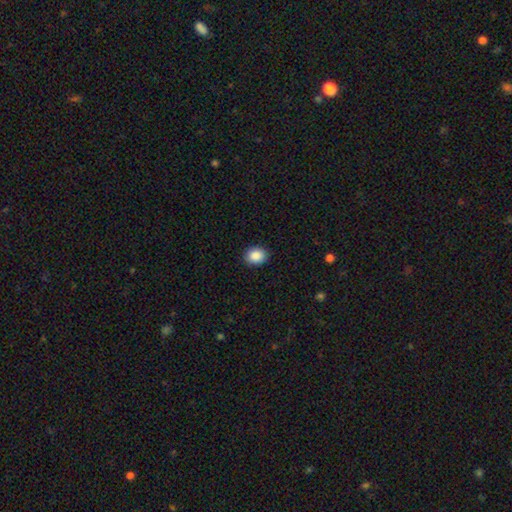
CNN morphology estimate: Smooth or featured?
  - smooth: 88% *
  - star or artifact: 8%
  - featured or disk: 3%
How rounded?
  - in between: 51% *
  - round: 48%
  - cigar-shaped: 1%
Merging?
  - none: 88% *
  - minor disturbance: 9%
  - major disturbance: 2%
  - merger: 1%